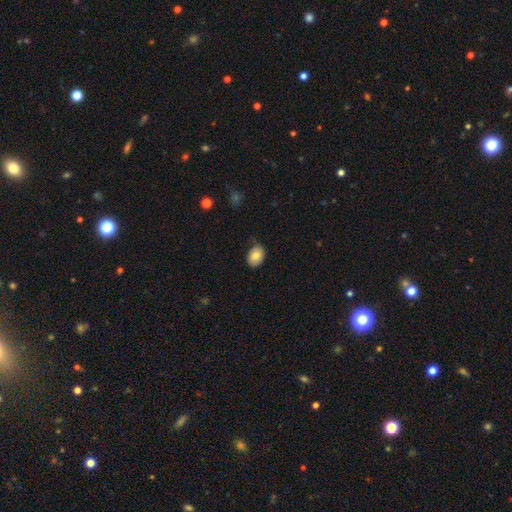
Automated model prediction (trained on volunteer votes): Smooth or featured? Predicted: smooth (p=0.80). How rounded? Predicted: in between (p=0.78). Merging? Predicted: none (p=0.71).